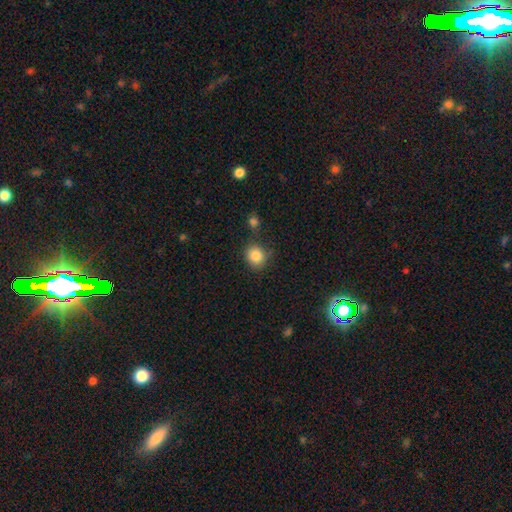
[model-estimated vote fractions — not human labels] smooth 85%, star or artifact 10%, featured or disk 5%. Down the decision tree: how rounded — round (79%); merging — none (75%).